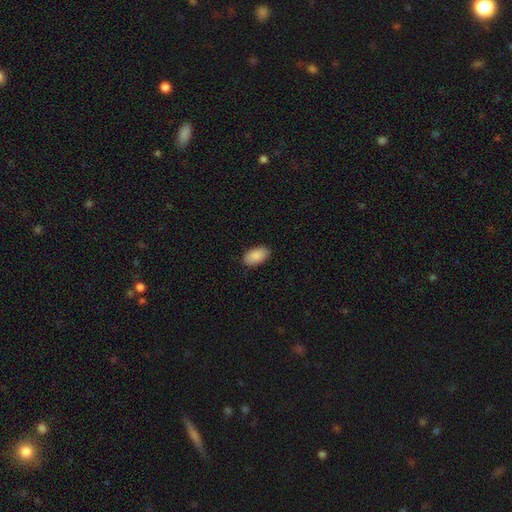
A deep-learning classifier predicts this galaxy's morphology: A smooth galaxy with no disk features (90%) that is in between round and cigar-shaped (95%).

Vote fractions:
- Smooth or featured? smooth: 90% / star or artifact: 6% / featured or disk: 4%
- How rounded? in between: 95% / round: 3% / cigar-shaped: 2%
- Merging? none: 89% / minor disturbance: 8% / major disturbance: 2% / merger: 1%